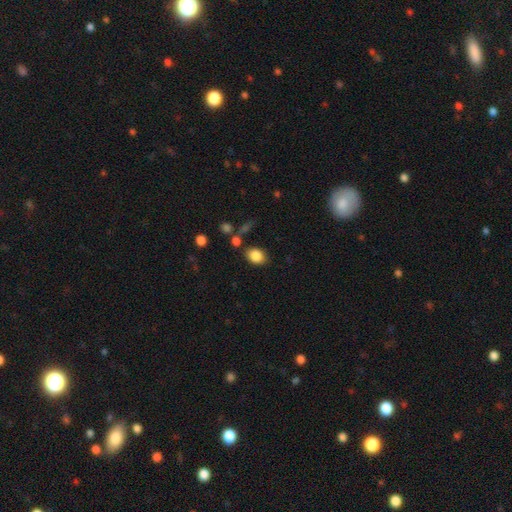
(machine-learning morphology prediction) Smooth or featured? smooth (85%)
How rounded? in between (65%)
Merging? none (78%)